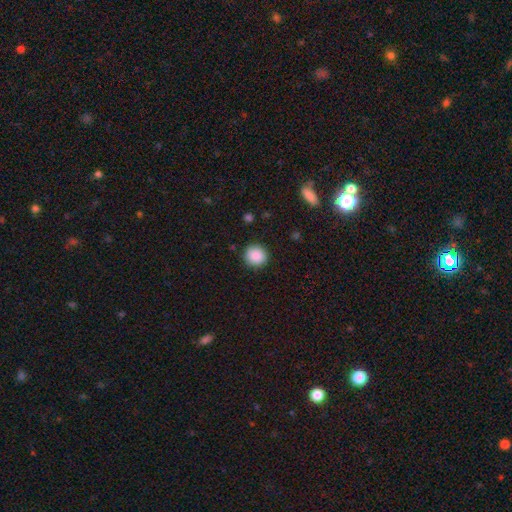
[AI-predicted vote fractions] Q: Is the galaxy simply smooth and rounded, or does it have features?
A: smooth — 88%.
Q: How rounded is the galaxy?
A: round — 92%.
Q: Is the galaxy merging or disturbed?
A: none — 90%.